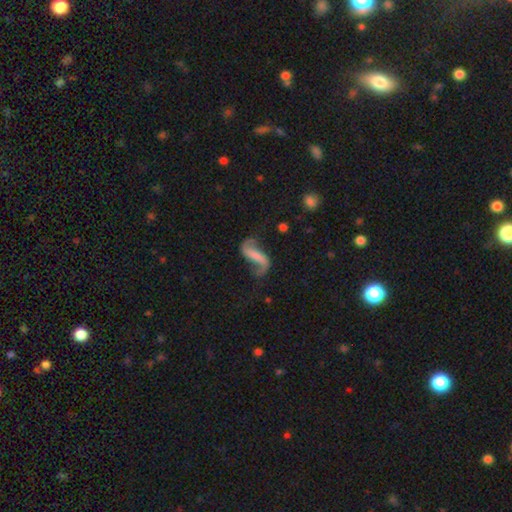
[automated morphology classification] A featured or disk galaxy (81%) with a strong bar (49%), 2 (90%) loose (79%) spiral arms (94%) and no central bulge (56%).

Vote fractions:
- Smooth or featured? featured or disk: 81% / smooth: 13% / star or artifact: 7%
- Edge-on disk? no: 96% / yes: 4%
- Bar? strong: 49% / weak: 31% / no: 20%
- Spiral arms? yes: 94% / no: 6%
- Spiral winding? loose: 79% / medium: 17% / tight: 4%
- Spiral arm count? 2: 90% / 1: 5% / can't tell: 2% / 3: 1% / 4: 1% / more than 4: 1%
- Bulge size? none: 56% / small: 21% / moderate: 14% / large: 7% / dominant: 2%
- Merging? none: 63% / minor disturbance: 17% / major disturbance: 16% / merger: 3%